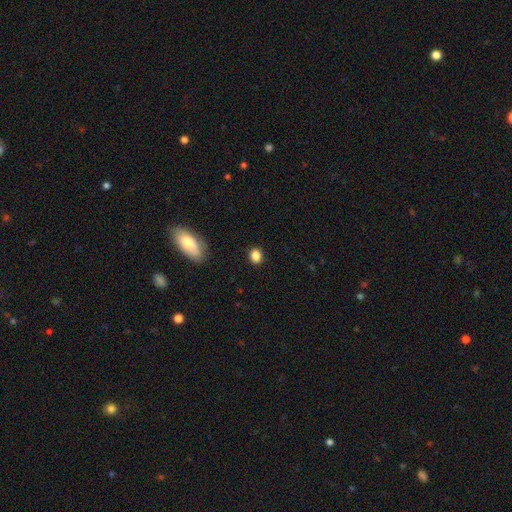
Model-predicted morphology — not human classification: A smooth galaxy with no disk features (86%) that is round (63%). Merging: none (89%).